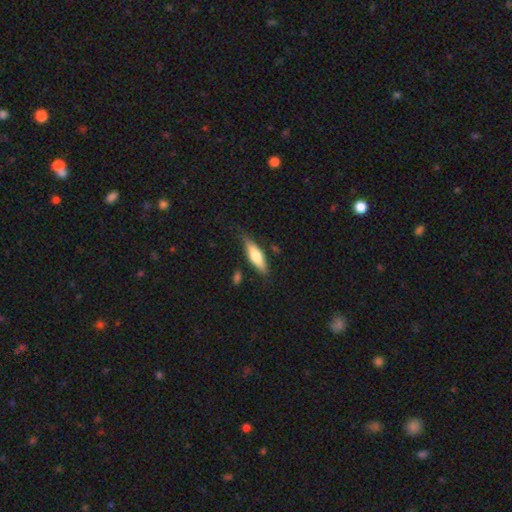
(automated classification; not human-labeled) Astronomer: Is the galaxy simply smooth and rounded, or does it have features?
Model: smooth — 61%.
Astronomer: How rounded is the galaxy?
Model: cigar-shaped — 54% (runner-up: in between, 44%).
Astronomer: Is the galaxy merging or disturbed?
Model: none — 75%.